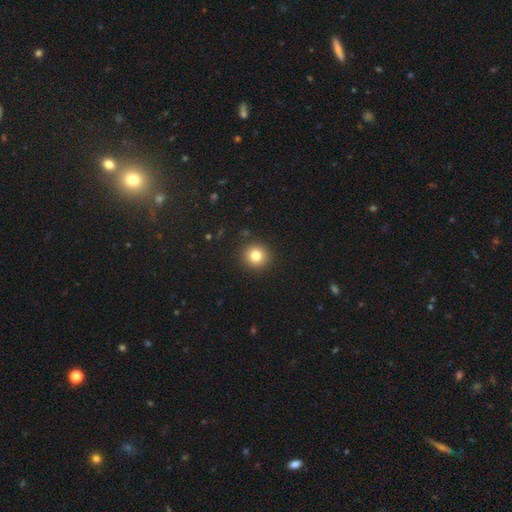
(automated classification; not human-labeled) Smooth or featured? Predicted: smooth (p=0.80). How rounded? Predicted: round (p=0.93). Merging? Predicted: none (p=0.92).